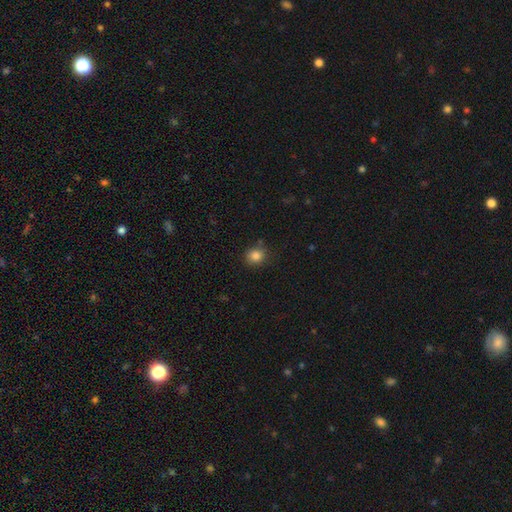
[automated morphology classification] The model was most divided on "how rounded": round: 77%, in between: 22%, cigar-shaped: 1%. More confident: smooth or featured — smooth (84%); merging — none (83%).